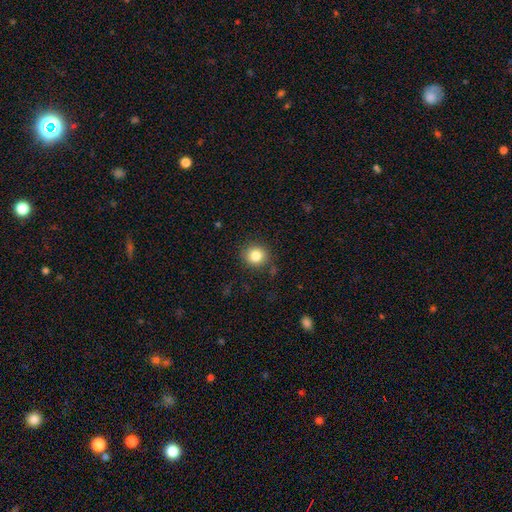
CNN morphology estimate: A smooth galaxy with no disk features (83%) that is round (89%).

Vote fractions:
- Smooth or featured? smooth: 83% / star or artifact: 11% / featured or disk: 6%
- How rounded? round: 89% / in between: 10% / cigar-shaped: 1%
- Merging? none: 87% / minor disturbance: 9% / major disturbance: 3% / merger: 2%